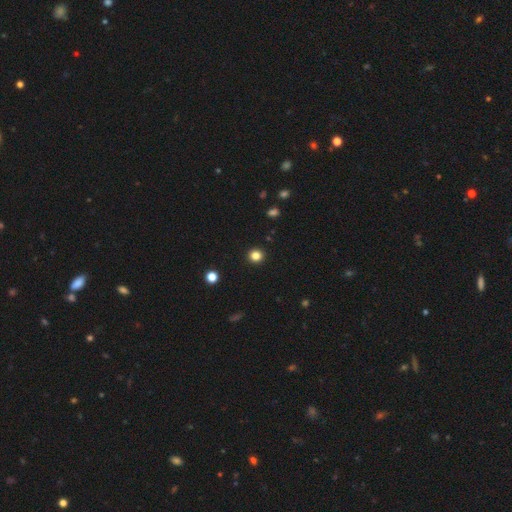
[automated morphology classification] This appears to be a smooth galaxy with no disk features (83%) that is round (94%). Merging: none (93%).